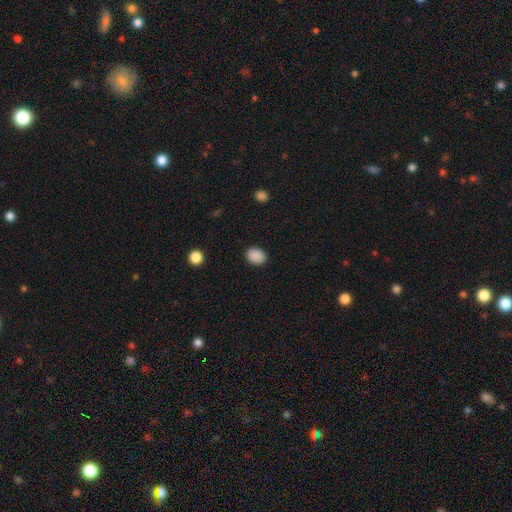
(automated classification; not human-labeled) Smooth or featured?
  - smooth: 89% *
  - star or artifact: 9%
  - featured or disk: 2%
How rounded?
  - in between: 62% *
  - round: 37%
  - cigar-shaped: 1%
Merging?
  - none: 89% *
  - minor disturbance: 8%
  - major disturbance: 2%
  - merger: 1%